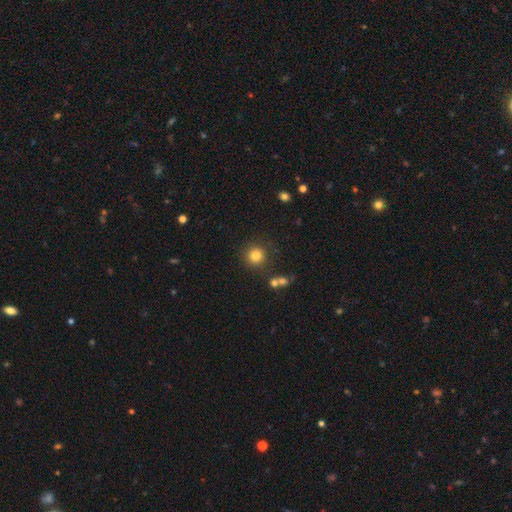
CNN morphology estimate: smooth-or-featured: smooth: 82% | star or artifact: 12% | featured or disk: 6%
  how-rounded: round: 93% | in between: 6% | cigar-shaped: 1%
  merging: none: 84% | minor disturbance: 8% | merger: 5% | major disturbance: 3%